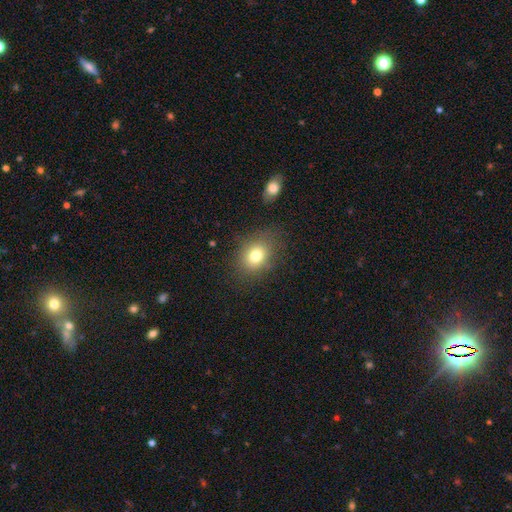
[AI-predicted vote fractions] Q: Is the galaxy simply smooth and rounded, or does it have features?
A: smooth — 77%.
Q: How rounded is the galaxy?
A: in between — 56%.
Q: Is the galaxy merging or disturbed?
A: none — 78%.